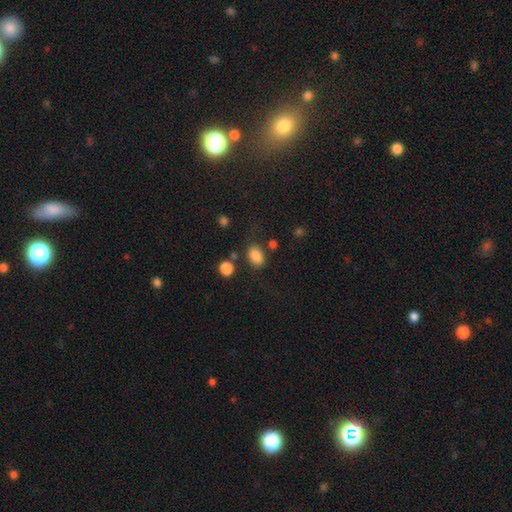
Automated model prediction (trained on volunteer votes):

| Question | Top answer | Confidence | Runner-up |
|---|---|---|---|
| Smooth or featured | smooth | 84% | star or artifact (10%) |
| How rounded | in between | 79% | round (19%) |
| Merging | none | 73% | minor disturbance (15%) |